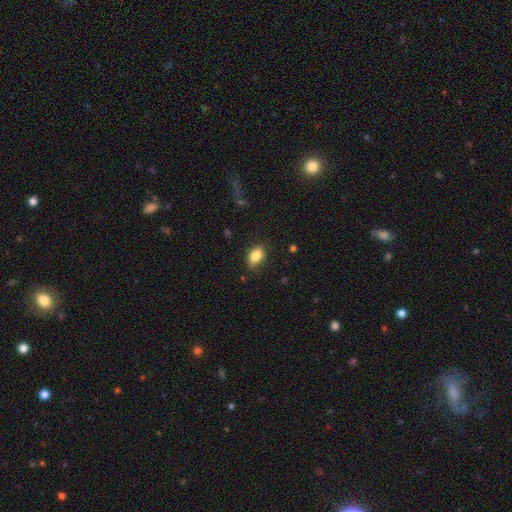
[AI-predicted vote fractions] Morphology: type=smooth (84%); roundness=in between (87%); merging=none (80%).